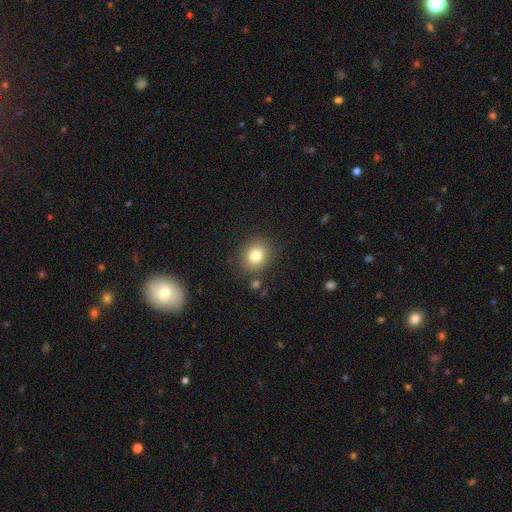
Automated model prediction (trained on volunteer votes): Smooth or featured: smooth — 80% (star or artifact — 11%)
How rounded: round — 74% (in between — 25%)
Merging: none — 83% (minor disturbance — 10%)